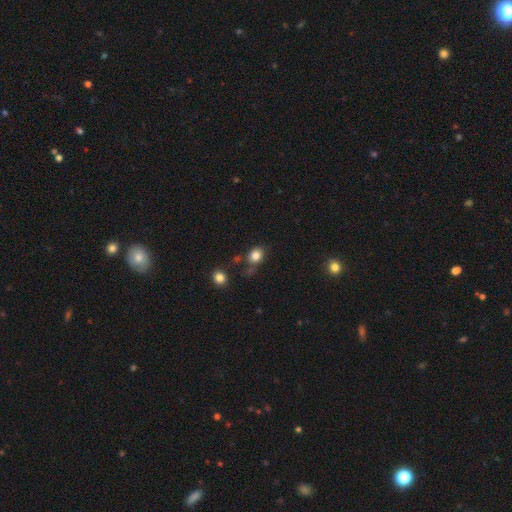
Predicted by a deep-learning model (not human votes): smooth_or_featured: smooth (p=0.82) [alt: star or artifact p=0.11]
how_rounded: round (p=0.55) [alt: in between p=0.44]
merging: none (p=0.69) [alt: minor disturbance p=0.17]